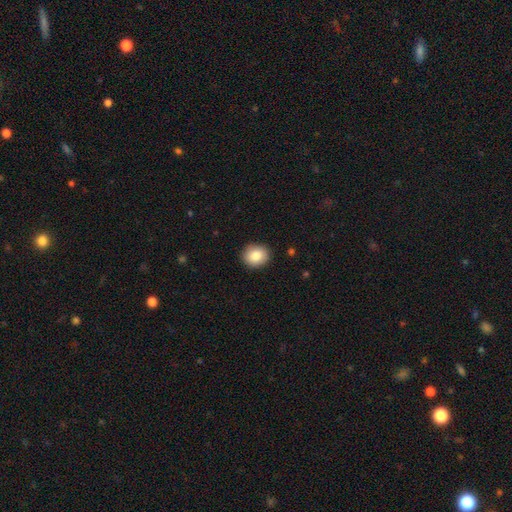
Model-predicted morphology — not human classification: Overall: smooth (85%). How rounded: round (70%). Merging: none (90%).